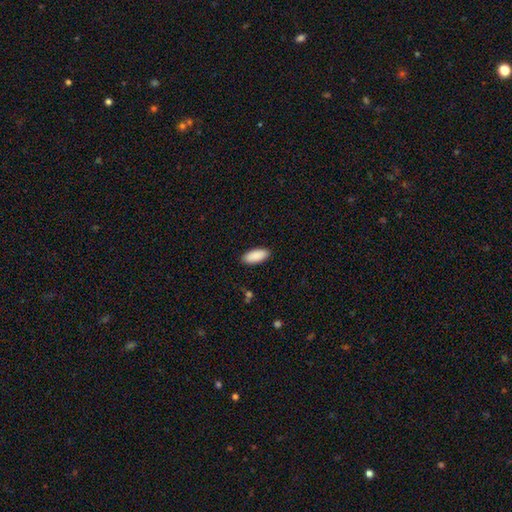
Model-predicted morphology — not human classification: The model was most divided on "how rounded": in between: 88%, cigar-shaped: 11%, round: 2%. More confident: smooth or featured — smooth (91%); merging — none (90%).